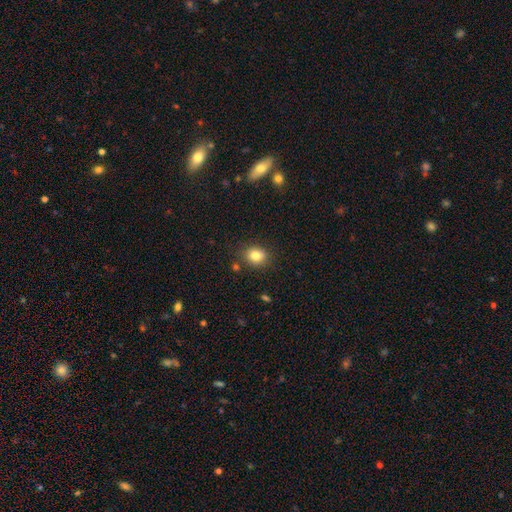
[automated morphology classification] This is clearly a smooth galaxy (82%). How rounded: likely round (66%). Merging: clearly none (82%).